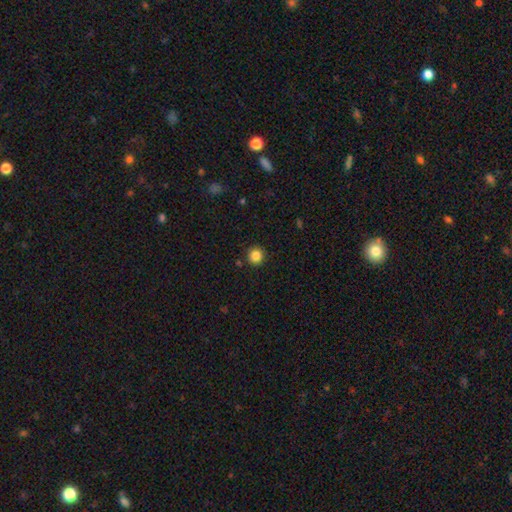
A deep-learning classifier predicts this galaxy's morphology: Overall: smooth (85%). How rounded: round (93%). Merging: none (90%).